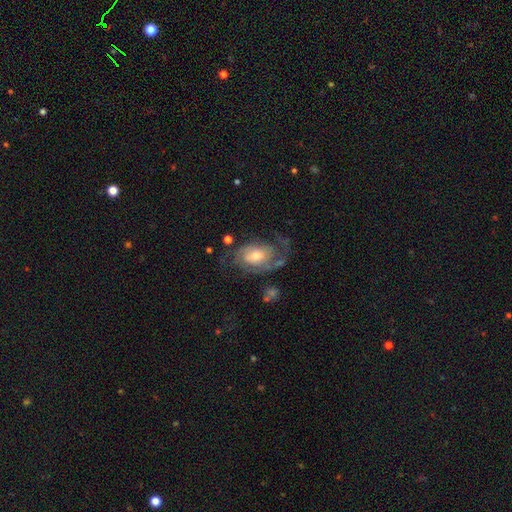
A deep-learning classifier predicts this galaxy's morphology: smooth-or-featured: featured or disk: 80% | smooth: 14% | star or artifact: 7%
  disk-edge-on: no: 97% | yes: 3%
    bar: no: 61% | weak: 32% | strong: 7%
    has-spiral-arms: yes: 92% | no: 8%
      spiral-winding: medium: 44% | tight: 34% | loose: 22%
      spiral-arm-count: 2: 64% | can't tell: 16% | 1: 8% | 3: 7% | 4: 3% | more than 4: 3%
    bulge-size: moderate: 57% | small: 23% | large: 15% | none: 3% | dominant: 2%
  merging: none: 58% | major disturbance: 20% | minor disturbance: 19% | merger: 3%